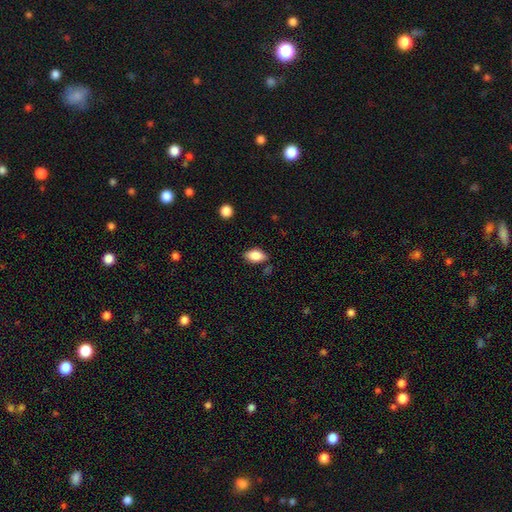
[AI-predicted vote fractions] This appears to be a smooth galaxy with no disk features (84%) that is in between round and cigar-shaped (91%). Merging: none (78%).